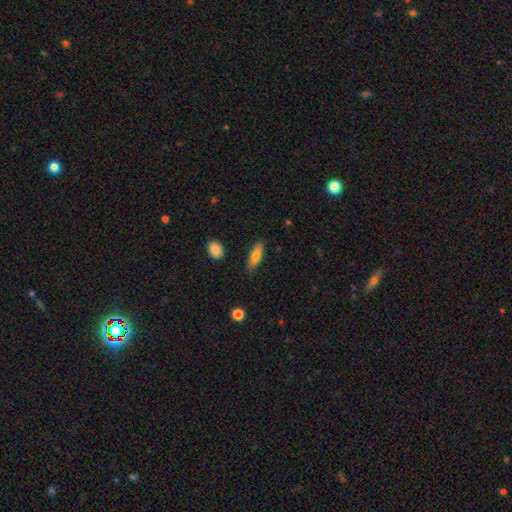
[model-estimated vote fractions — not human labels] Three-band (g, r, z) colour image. It shows a smooth galaxy with no disk features (73%) that is in between round and cigar-shaped (58%). Merging: none (80%).